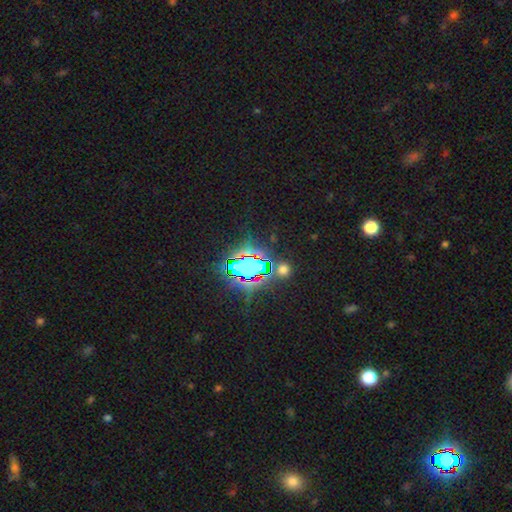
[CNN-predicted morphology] Smooth or featured? star or artifact (77%)